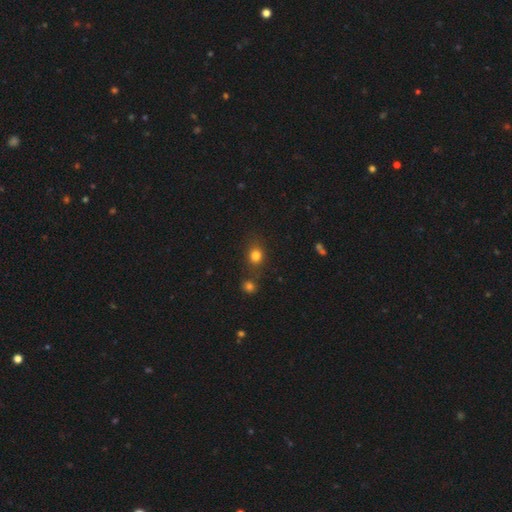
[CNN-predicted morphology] Smooth or featured? Predicted: smooth (p=0.79). How rounded? Predicted: round (p=0.65). Merging? Predicted: none (p=0.71).